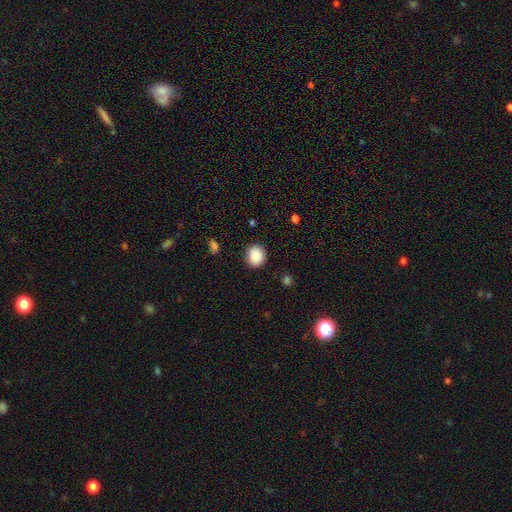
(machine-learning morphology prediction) A smooth galaxy with no disk features (87%) that is round (80%).

Vote fractions:
- Smooth or featured? smooth: 87% / star or artifact: 8% / featured or disk: 4%
- How rounded? round: 80% / in between: 19% / cigar-shaped: 1%
- Merging? none: 88% / minor disturbance: 8% / major disturbance: 2% / merger: 1%